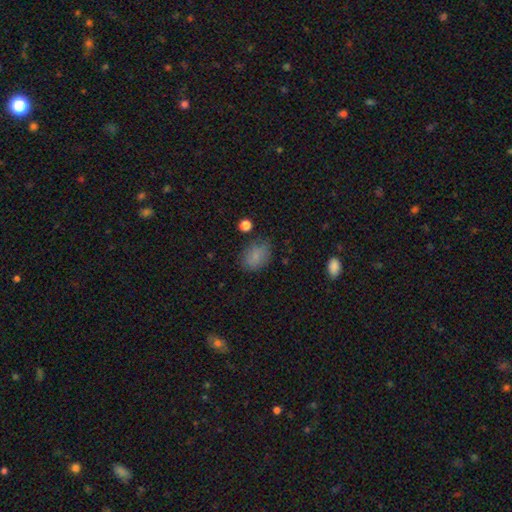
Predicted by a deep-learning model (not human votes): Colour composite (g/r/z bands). It shows a smooth galaxy with no disk features (82%) that is in between round and cigar-shaped (73%). Merging: none (70%).